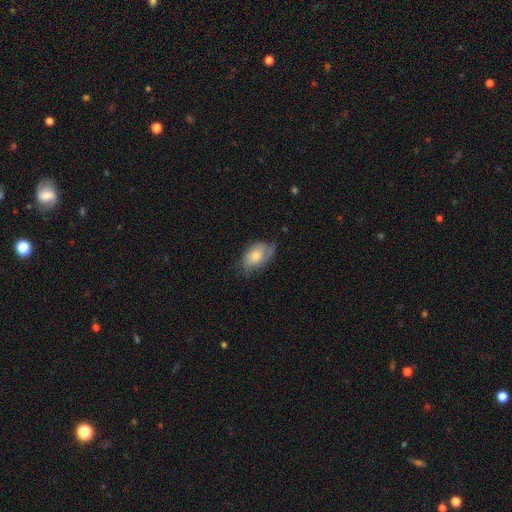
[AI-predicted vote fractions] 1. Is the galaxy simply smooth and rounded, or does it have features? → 62% smooth, 31% featured or disk, 7% star or artifact.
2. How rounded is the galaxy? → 88% in between, 10% round, 2% cigar-shaped.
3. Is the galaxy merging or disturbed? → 51% none, 34% minor disturbance, 14% major disturbance, 2% merger.